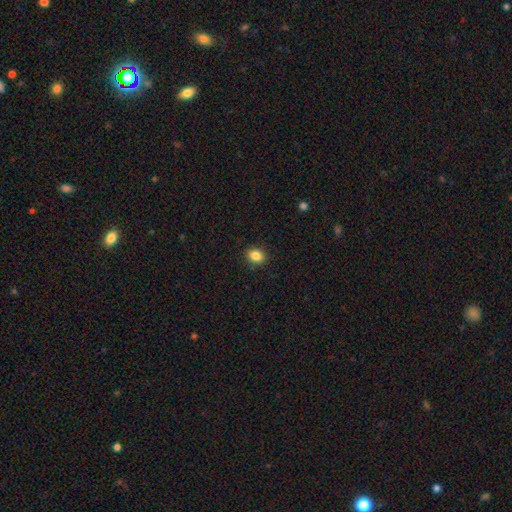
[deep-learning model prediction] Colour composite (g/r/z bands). It shows a smooth galaxy with no disk features (85%) that is round (54%). Merging: none (90%).